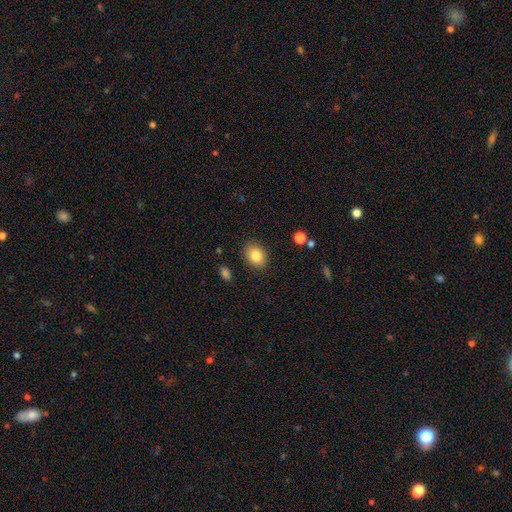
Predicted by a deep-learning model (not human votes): A smooth galaxy with no disk features (85%) that is in between round and cigar-shaped (68%).

Vote fractions:
- Smooth or featured? smooth: 85% / star or artifact: 9% / featured or disk: 7%
- How rounded? in between: 68% / round: 31% / cigar-shaped: 1%
- Merging? none: 86% / minor disturbance: 10% / major disturbance: 3% / merger: 2%